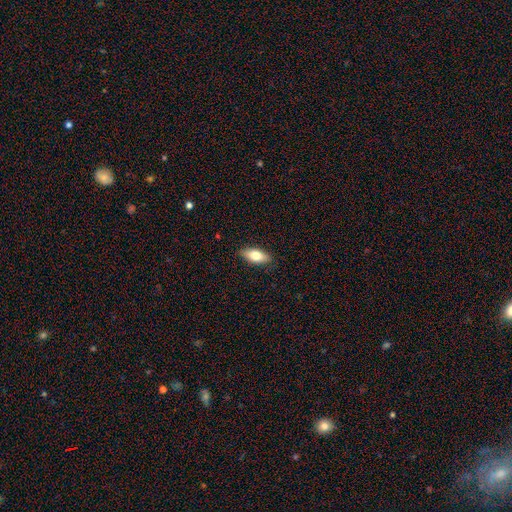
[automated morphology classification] The model was most divided on "smooth or featured": smooth: 74%, featured or disk: 19%, star or artifact: 7%. More confident: merging — none (88%); how rounded — in between (83%).